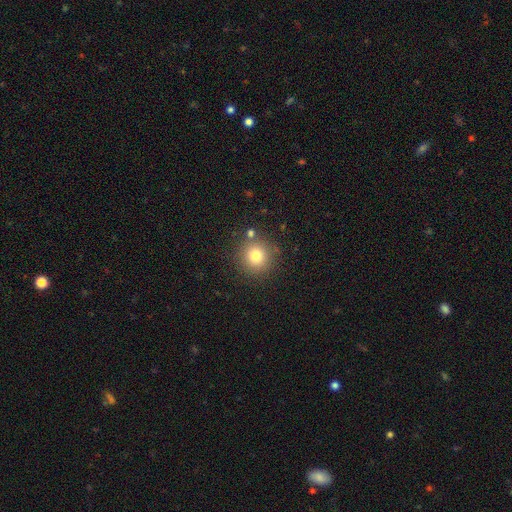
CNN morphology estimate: type=smooth (79%); roundness=round (93%); merging=none (83%).